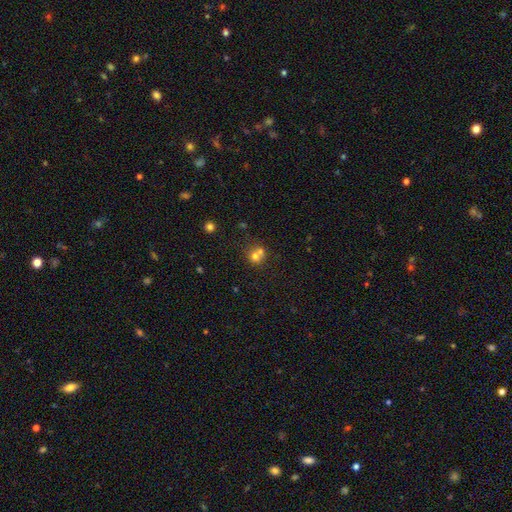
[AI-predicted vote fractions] This is likely a smooth galaxy (68%). How rounded: clearly round (81%). Merging: possibly merger (52%).